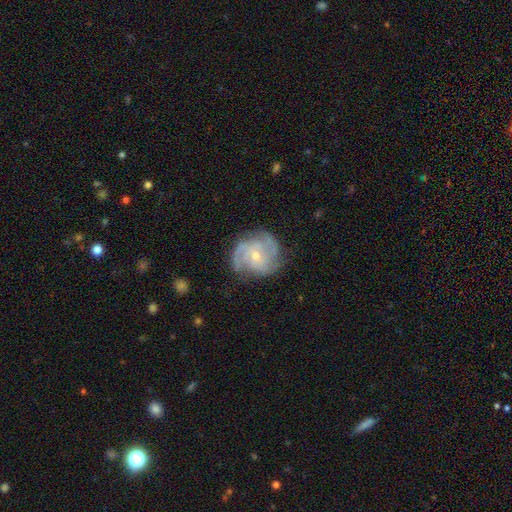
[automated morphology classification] smooth-or-featured: featured or disk: 84% | smooth: 10% | star or artifact: 6%
  disk-edge-on: no: 98% | yes: 2%
    bar: no: 68% | weak: 27% | strong: 5%
    has-spiral-arms: yes: 95% | no: 5%
      spiral-winding: tight: 48% | medium: 41% | loose: 11%
      spiral-arm-count: 3: 37% | 2: 21% | can't tell: 19% | 4: 12% | 1: 6% | more than 4: 5%
    bulge-size: small: 67% | moderate: 30% | none: 1% | large: 1% | dominant: 1%
  merging: none: 71% | minor disturbance: 19% | major disturbance: 9% | merger: 2%